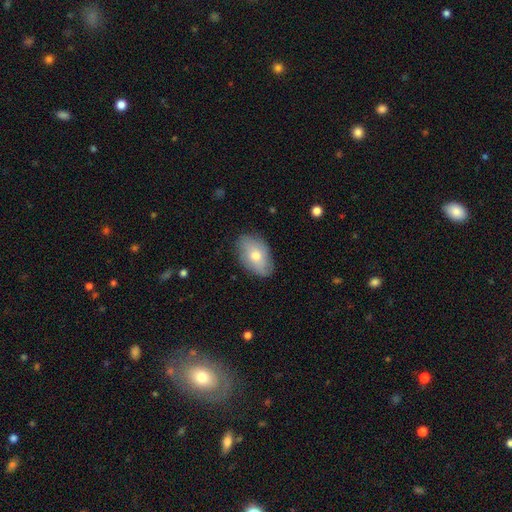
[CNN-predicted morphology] Overall: smooth (64%; featured or disk 28%). How rounded: in between (91%). Merging: none (81%).